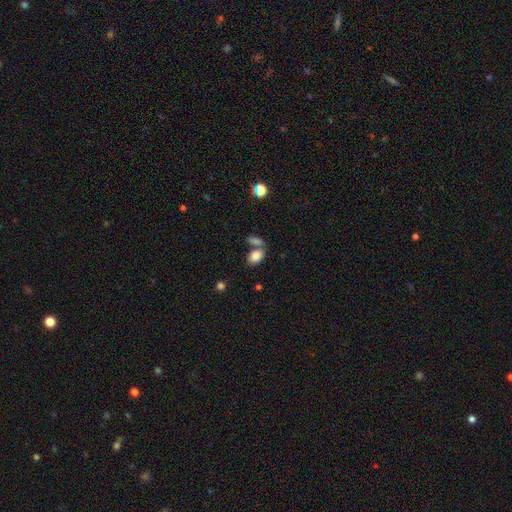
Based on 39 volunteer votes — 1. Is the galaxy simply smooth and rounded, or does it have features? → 72% smooth, 18% featured or disk, 10% star or artifact.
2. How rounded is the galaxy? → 82% in between, 14% round, 4% cigar-shaped.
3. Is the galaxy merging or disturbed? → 46% merger, 40% none, 14% minor disturbance, 0% major disturbance.